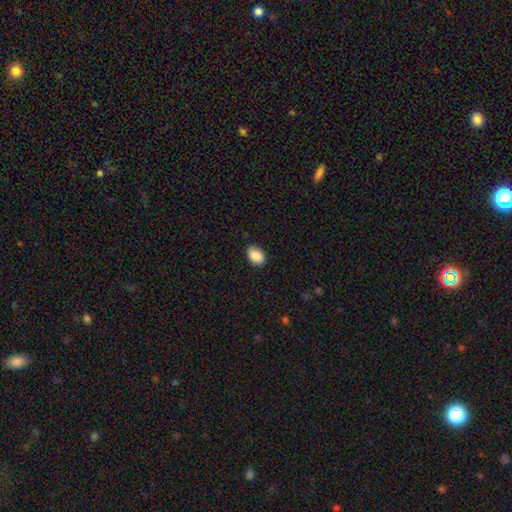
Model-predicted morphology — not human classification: A smooth galaxy with no disk features (88%) that is in between round and cigar-shaped (84%).

Vote fractions:
- Smooth or featured? smooth: 88% / star or artifact: 7% / featured or disk: 4%
- How rounded? in between: 84% / round: 15% / cigar-shaped: 1%
- Merging? none: 85% / minor disturbance: 12% / major disturbance: 2% / merger: 1%